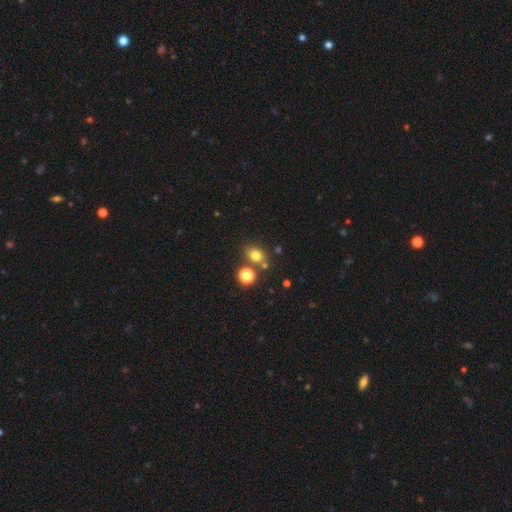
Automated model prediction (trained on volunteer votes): Morphology: type=smooth (76%); roundness=round (53%); merging=none (70%).